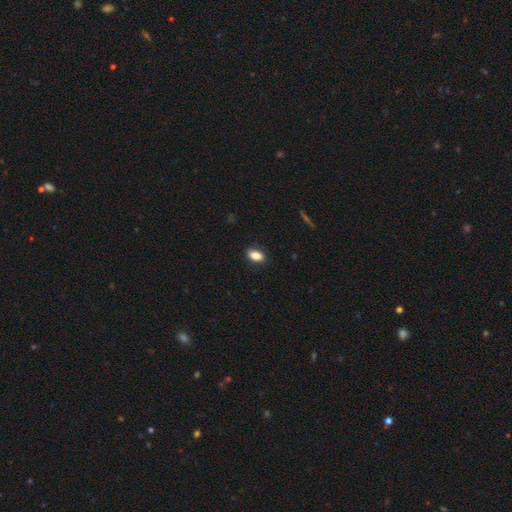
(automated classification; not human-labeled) The model was most divided on "merging": none: 85%, minor disturbance: 11%, major disturbance: 2%, merger: 1%. More confident: how rounded — in between (88%); smooth or featured — smooth (86%).